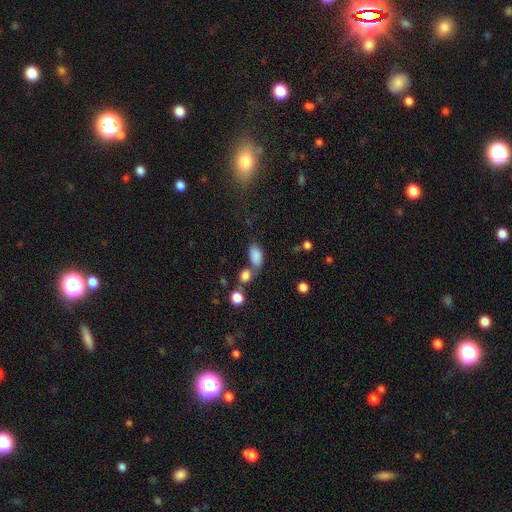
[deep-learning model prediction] The model was most divided on "merging": none: 44%, merger: 35%, minor disturbance: 14%, major disturbance: 7%. More confident: how rounded — in between (90%); smooth or featured — smooth (84%).